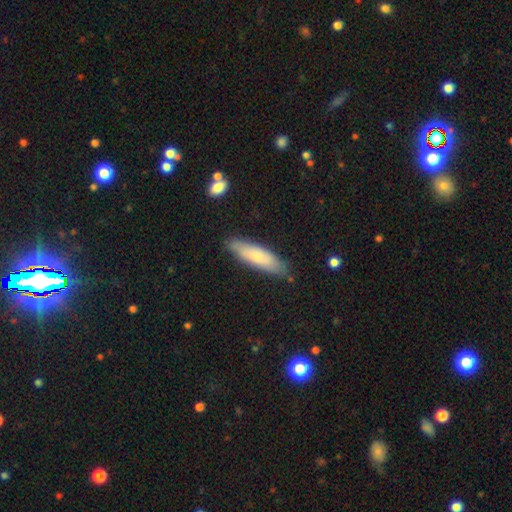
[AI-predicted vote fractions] Smooth or featured? Predicted: smooth (p=0.67). How rounded? Predicted: cigar-shaped (p=0.65). Merging? Predicted: none (p=0.81).